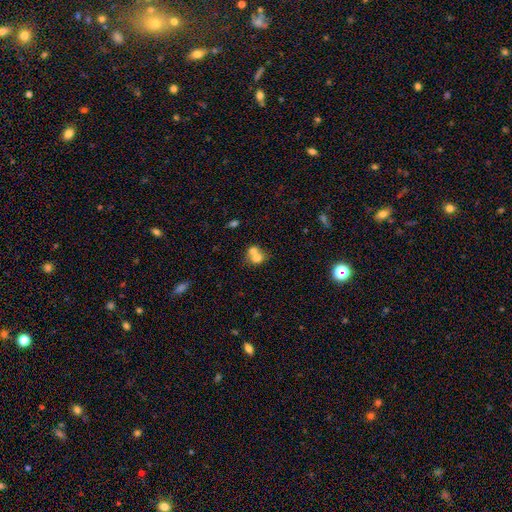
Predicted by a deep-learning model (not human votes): Smooth or featured? Predicted: smooth (p=0.68). How rounded? Predicted: round (p=0.69). Merging? Predicted: merger (p=0.65).